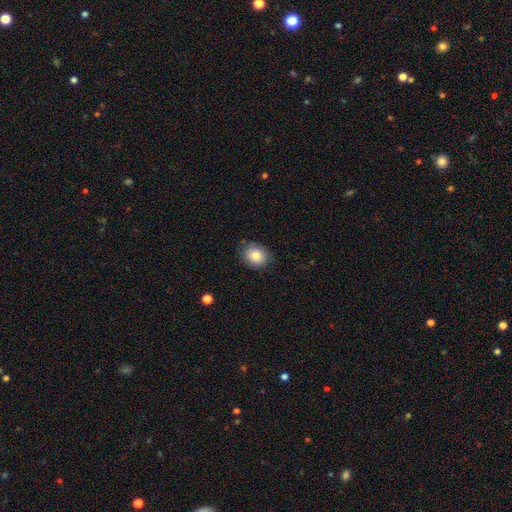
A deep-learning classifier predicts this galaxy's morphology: This appears to be a smooth galaxy with no disk features (81%) that is round (62%). Merging: none (83%).